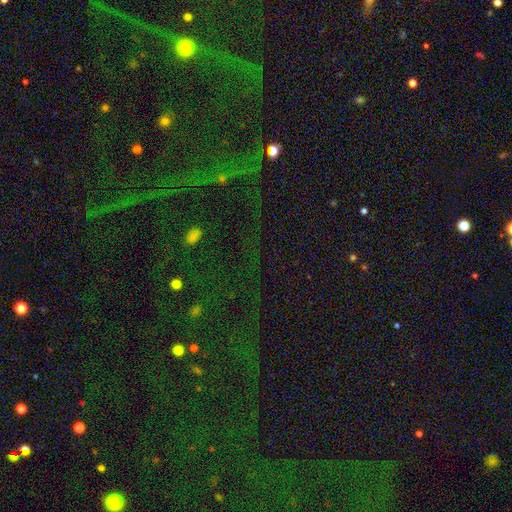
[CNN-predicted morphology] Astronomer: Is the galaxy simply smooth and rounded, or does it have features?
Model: star or artifact — 82%.